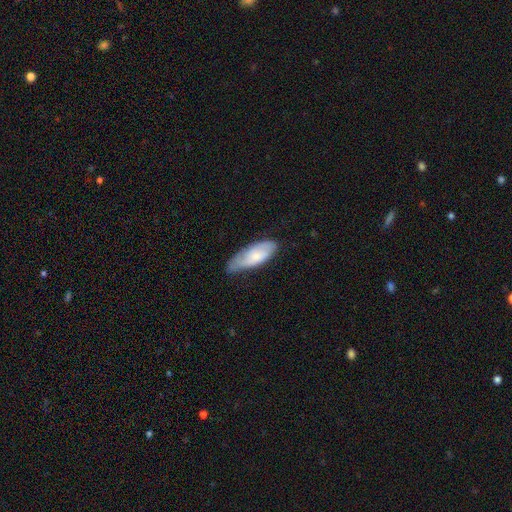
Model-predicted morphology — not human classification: This appears to be a smooth galaxy with no disk features (57%) that is in between round and cigar-shaped (72%). Merging: none (59%).